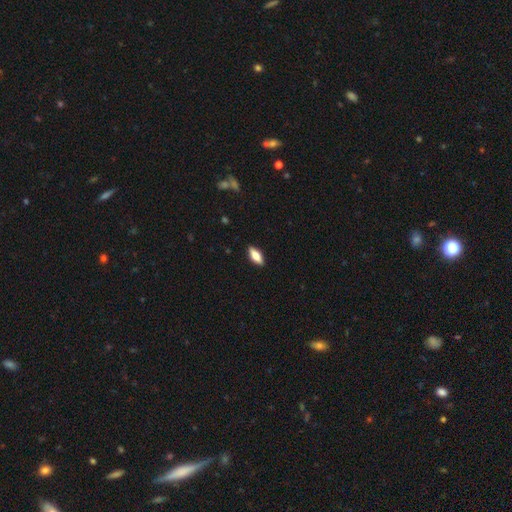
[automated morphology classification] Smooth or featured?
  - smooth: 71% *
  - featured or disk: 22%
  - star or artifact: 7%
How rounded?
  - in between: 73% *
  - cigar-shaped: 24%
  - round: 2%
Merging?
  - none: 89% *
  - minor disturbance: 8%
  - major disturbance: 2%
  - merger: 1%